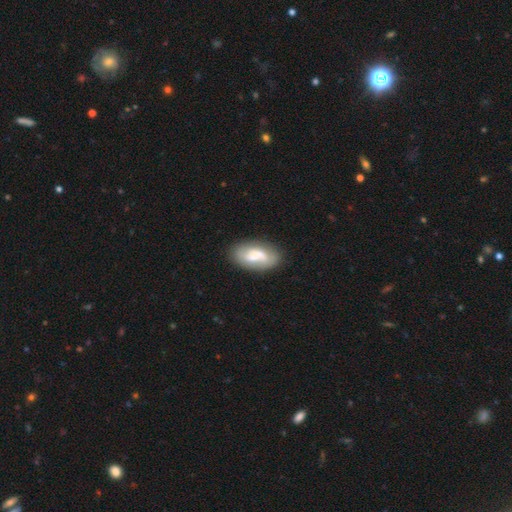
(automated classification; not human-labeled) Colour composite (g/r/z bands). It shows a smooth galaxy with no disk features (53%) that is in between round and cigar-shaped (93%). Merging: none (70%).